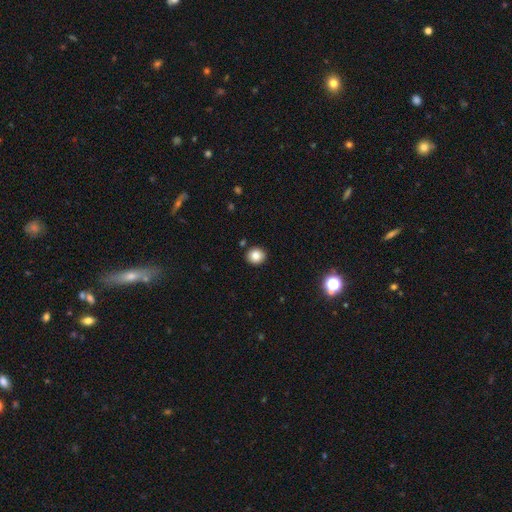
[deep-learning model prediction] This is clearly a smooth galaxy (84%). How rounded: clearly round (83%). Merging: clearly none (90%).